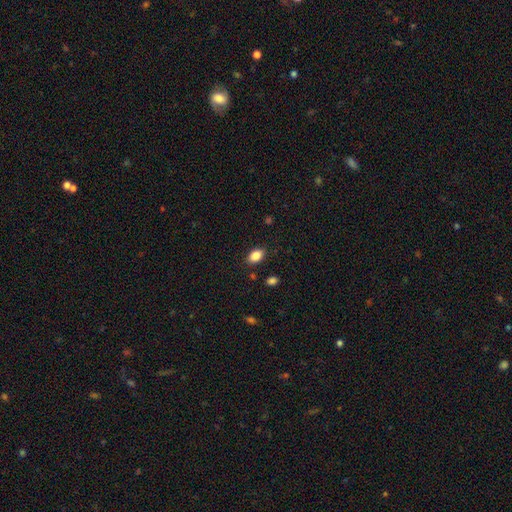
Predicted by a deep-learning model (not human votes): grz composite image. It shows a smooth galaxy with no disk features (86%) that is in between round and cigar-shaped (89%). Merging: none (86%).